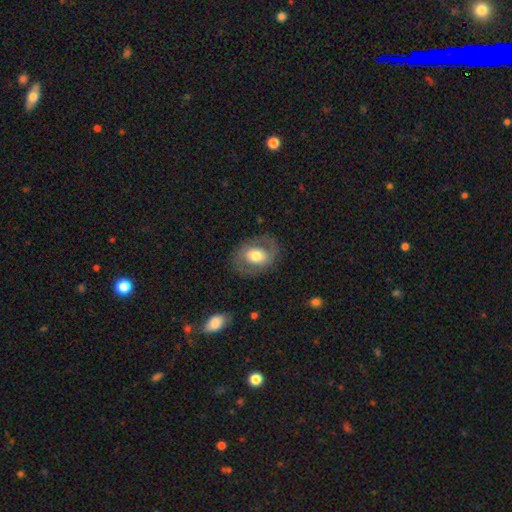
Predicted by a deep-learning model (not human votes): This appears to be a featured or disk galaxy (49%). Merging: none (77%).